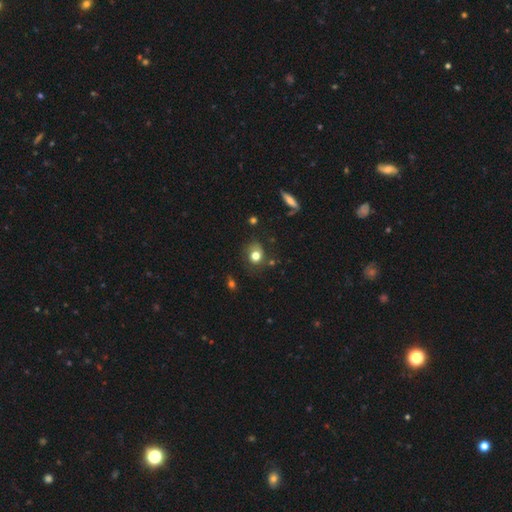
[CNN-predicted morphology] A smooth galaxy with no disk features (75%) that is round (65%). Merging: none (65%).